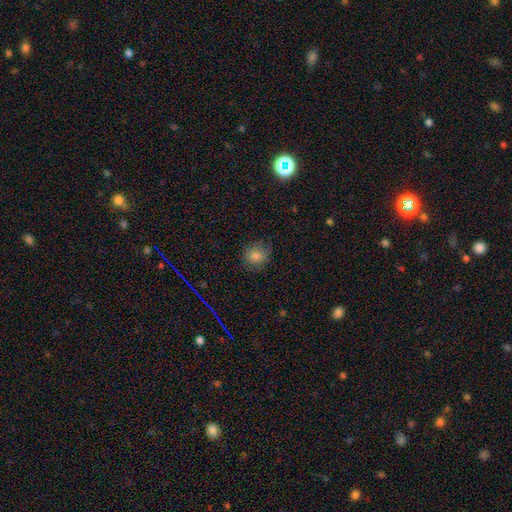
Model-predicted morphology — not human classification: The model was most divided on "merging": none: 70%, minor disturbance: 22%, major disturbance: 7%, merger: 1%. More confident: smooth or featured — smooth (76%); how rounded — round (75%).